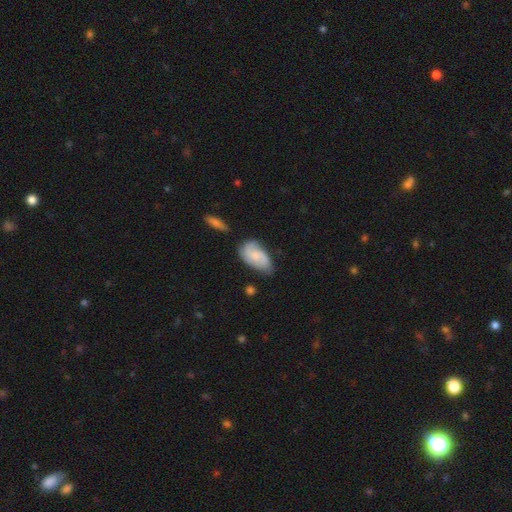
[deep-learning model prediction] Smooth or featured? featured or disk (50%)
Merging? none (61%)